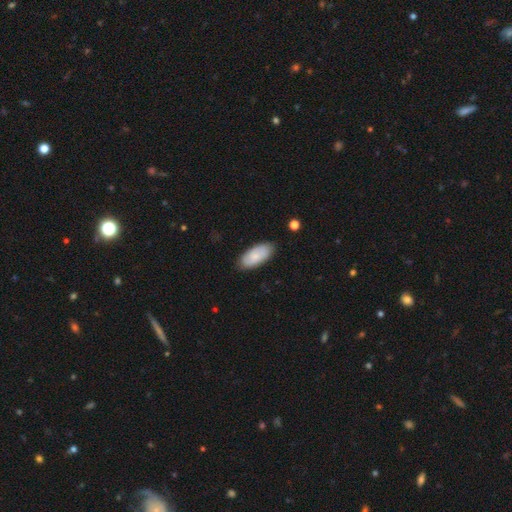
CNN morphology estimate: This appears to be a smooth galaxy with no disk features (69%) that is in between round and cigar-shaped (90%). Merging: none (82%).